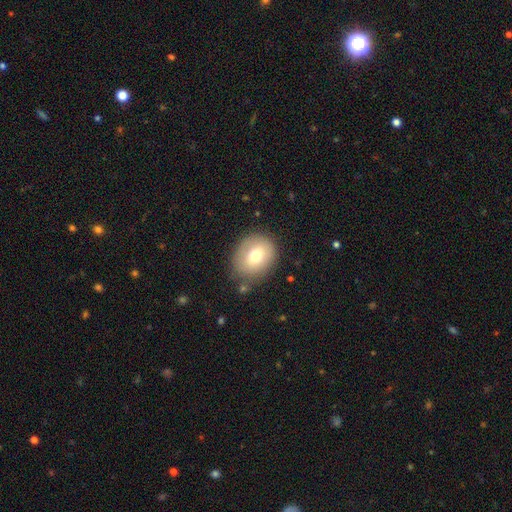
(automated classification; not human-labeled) smooth_or_featured: smooth (p=0.71) [alt: featured or disk p=0.20]
how_rounded: round (p=0.55) [alt: in between p=0.44]
merging: none (p=0.77) [alt: minor disturbance p=0.15]